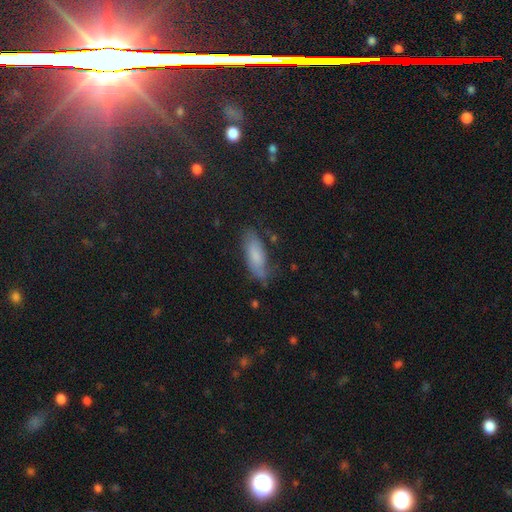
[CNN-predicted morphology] Smooth or featured? Predicted: smooth (p=0.70). How rounded? Predicted: in between (p=0.69). Merging? Predicted: none (p=0.67).